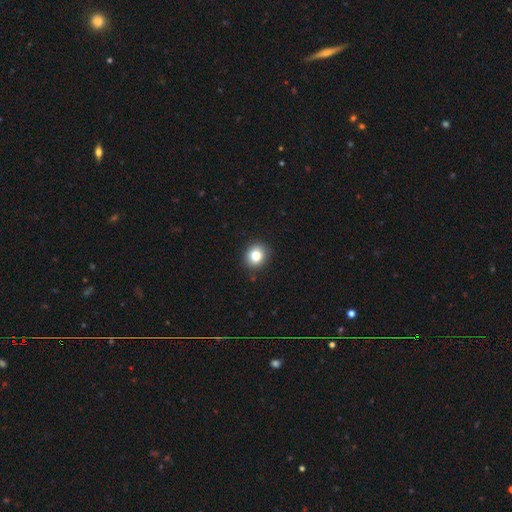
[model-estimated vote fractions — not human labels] This is clearly a smooth galaxy (81%). How rounded: likely round (76%). Merging: clearly none (90%).